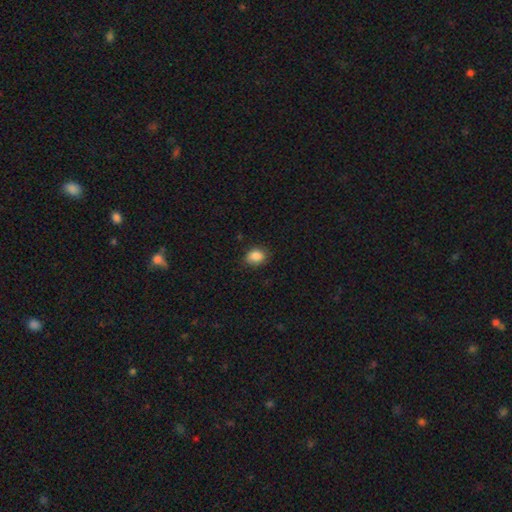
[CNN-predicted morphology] Smooth or featured?
  - smooth: 86% *
  - star or artifact: 9%
  - featured or disk: 5%
How rounded?
  - in between: 60% *
  - round: 39%
  - cigar-shaped: 1%
Merging?
  - none: 80% *
  - minor disturbance: 16%
  - major disturbance: 3%
  - merger: 1%